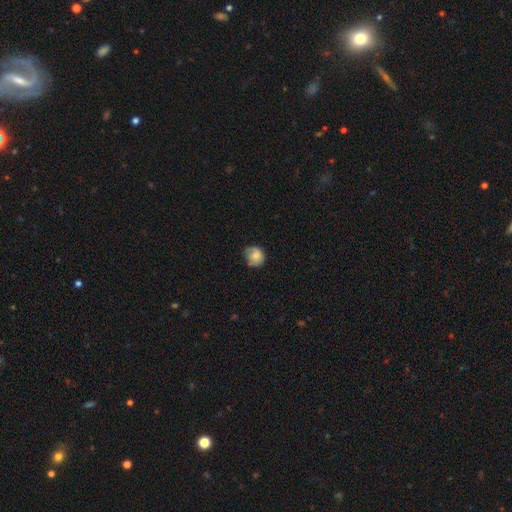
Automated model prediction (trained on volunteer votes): Smooth or featured: smooth — 74% (featured or disk — 18%)
How rounded: round — 69% (in between — 30%)
Merging: none — 58% (minor disturbance — 32%)